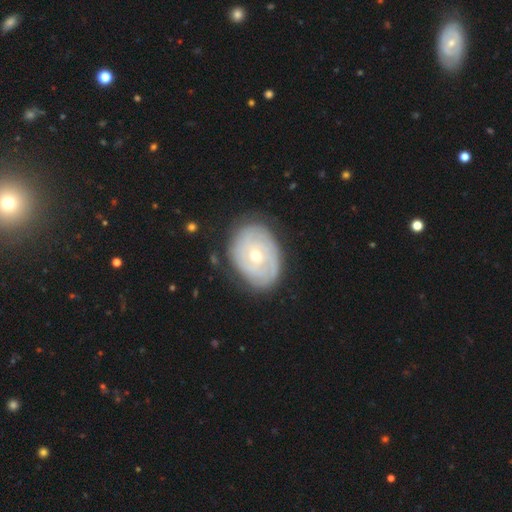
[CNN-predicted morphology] Q: Smooth or featured?
A: featured or disk (69%); runner-up: smooth (25%)
Q: Edge-on disk?
A: no (95%); runner-up: yes (5%)
Q: Bar?
A: no (77%); runner-up: weak (19%)
Q: Spiral arms?
A: yes (76%); runner-up: no (24%)
Q: Bulge size?
A: small (53%); runner-up: moderate (44%)
Q: Merging?
A: none (78%); runner-up: minor disturbance (16%)